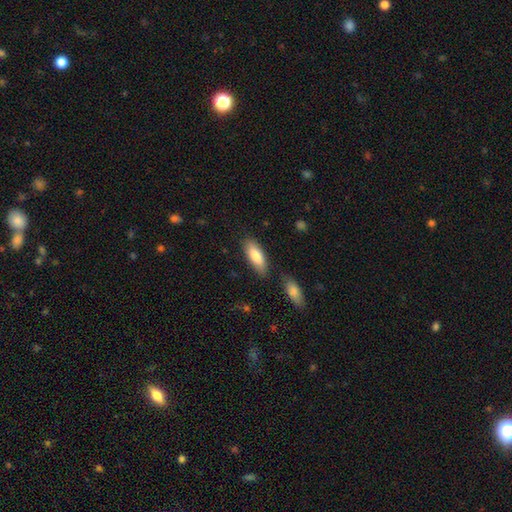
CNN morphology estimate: smooth_or_featured: smooth (p=0.82) [alt: featured or disk p=0.12]
how_rounded: in between (p=0.72) [alt: cigar-shaped p=0.26]
merging: none (p=0.78) [alt: minor disturbance p=0.13]